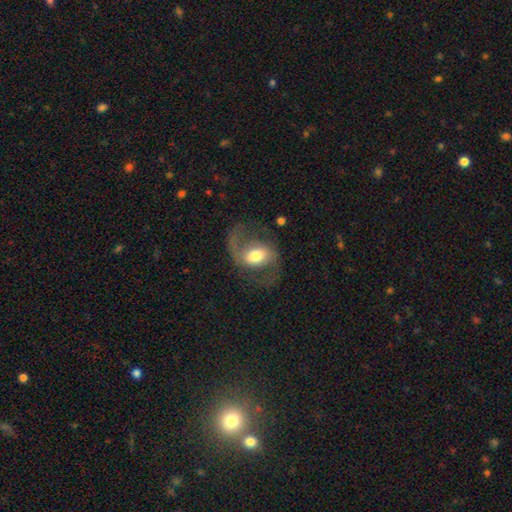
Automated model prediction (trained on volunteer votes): A featured or disk galaxy (78%) with a weak bar (43%), 2 (91%) medium (46%) spiral arms (90%) and a moderate central bulge (58%). Merging: none (67%).